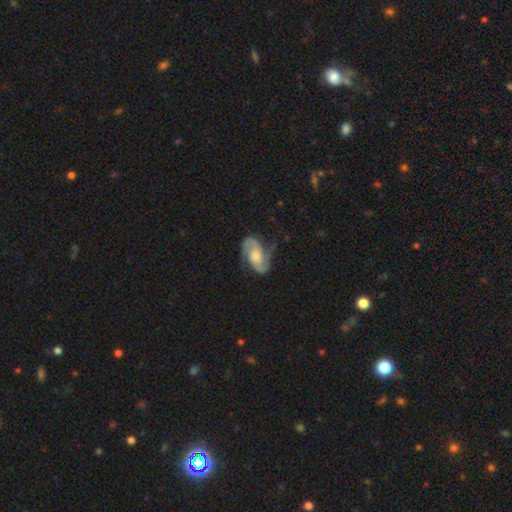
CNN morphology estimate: type=featured or disk (87%); edge-on=no (97%); bar=no (59%); spiral arms=yes (97%); winding=medium (52%); arm count=2 (92%); bulge=moderate (47%); merging=none (71%).